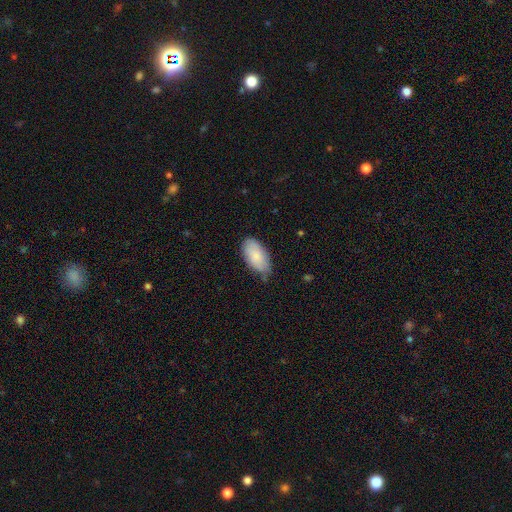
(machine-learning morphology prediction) type=smooth (83%); roundness=in between (95%); merging=none (71%).